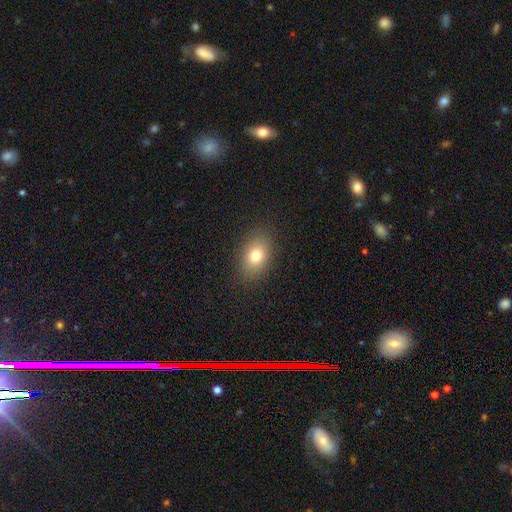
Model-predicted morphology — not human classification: type=smooth (77%); roundness=in between (75%); merging=none (87%).